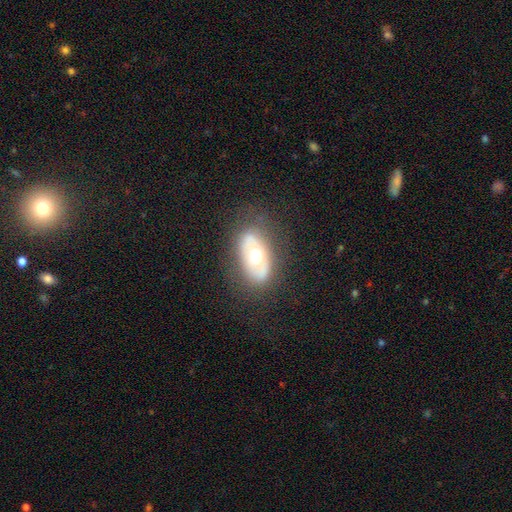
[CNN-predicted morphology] Smooth or featured? Predicted: featured or disk (p=0.55). Edge-on disk? Predicted: no (p=0.88). Merging? Predicted: none (p=0.77).